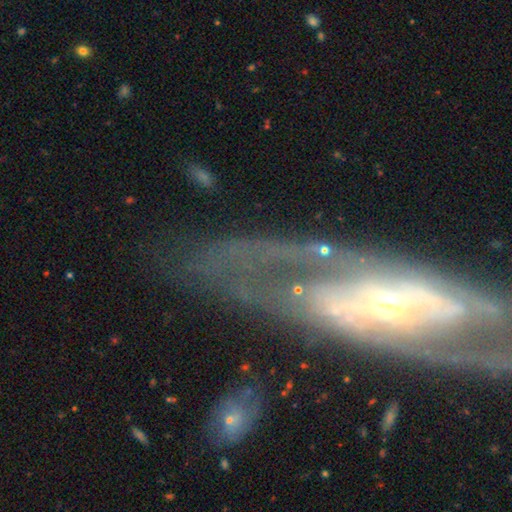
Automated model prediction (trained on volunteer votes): A featured or disk galaxy (73%) with no bar (59%), spiral arms (56%) and a moderate central bulge (47%). Merging: none (52%).